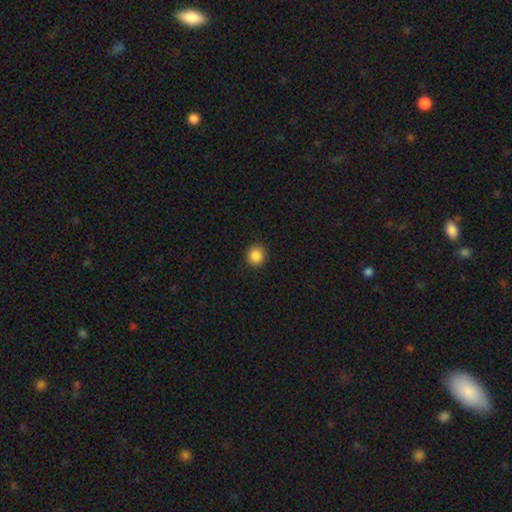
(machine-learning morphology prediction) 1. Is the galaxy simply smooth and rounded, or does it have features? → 87% smooth, 10% star or artifact, 3% featured or disk.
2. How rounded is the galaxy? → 90% round, 9% in between, 1% cigar-shaped.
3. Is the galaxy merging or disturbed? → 92% none, 6% minor disturbance, 2% major disturbance, 1% merger.